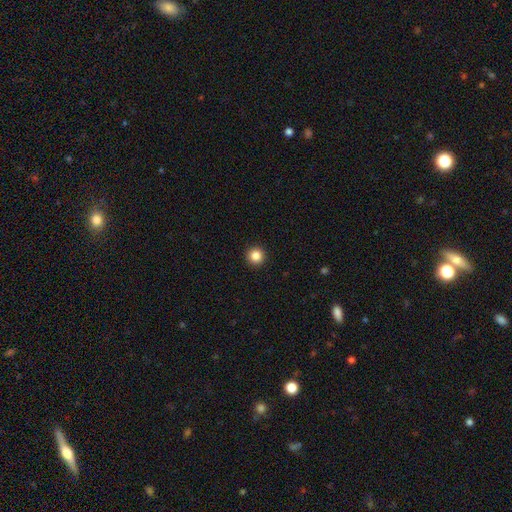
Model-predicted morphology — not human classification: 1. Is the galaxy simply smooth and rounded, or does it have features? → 86% smooth, 11% star or artifact, 4% featured or disk.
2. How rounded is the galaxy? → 96% round, 3% in between, 1% cigar-shaped.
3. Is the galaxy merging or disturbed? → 94% none, 4% minor disturbance, 1% major disturbance, 1% merger.